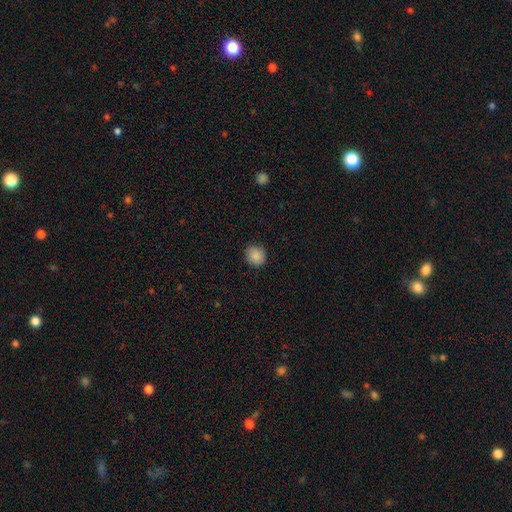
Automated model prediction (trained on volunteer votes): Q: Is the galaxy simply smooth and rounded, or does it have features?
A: smooth — 88%.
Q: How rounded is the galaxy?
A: round — 80%.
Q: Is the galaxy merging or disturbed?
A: none — 88%.